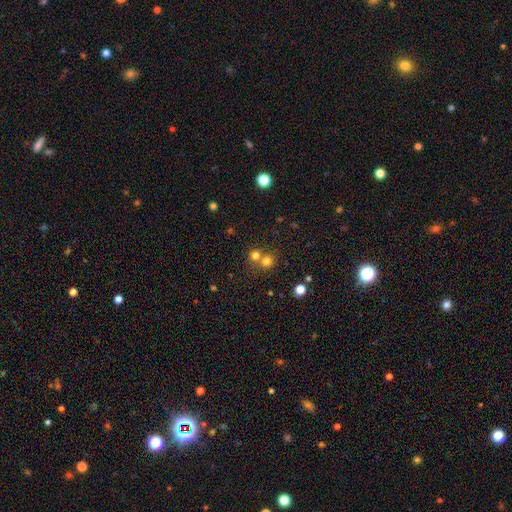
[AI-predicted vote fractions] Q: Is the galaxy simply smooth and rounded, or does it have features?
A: smooth — 73%.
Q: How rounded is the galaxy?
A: round — 88%.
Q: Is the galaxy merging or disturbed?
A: none — 50%.